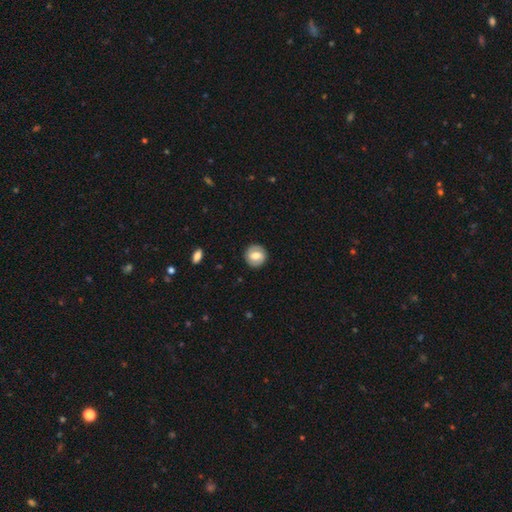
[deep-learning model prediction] smooth 53%, featured or disk 40%, star or artifact 7%. Down the decision tree: how rounded — round (86%); merging — none (88%).